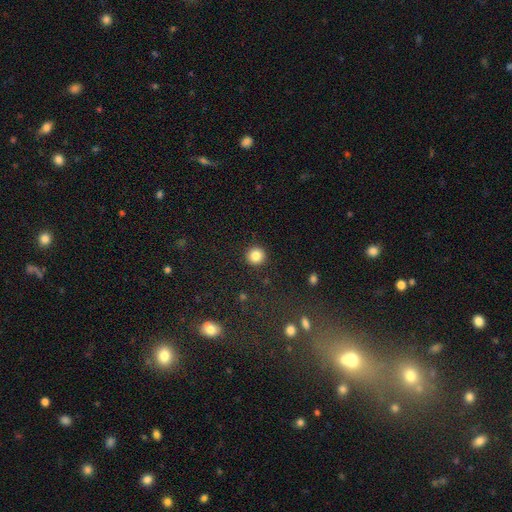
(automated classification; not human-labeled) smooth 85%, star or artifact 11%, featured or disk 5%. Down the decision tree: how rounded — round (95%); merging — none (92%).